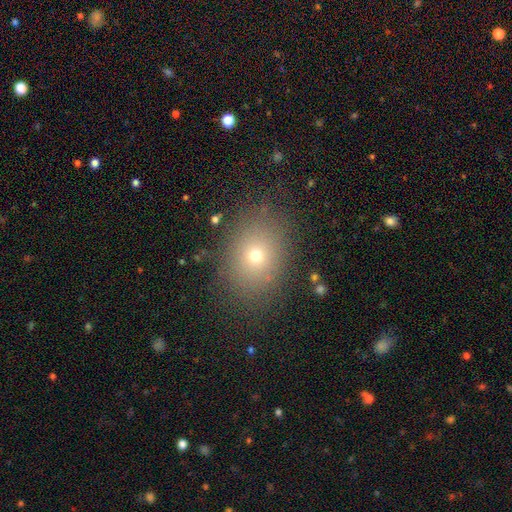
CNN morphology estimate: Smooth or featured? smooth (67%)
How rounded? in between (52%)
Merging? none (83%)